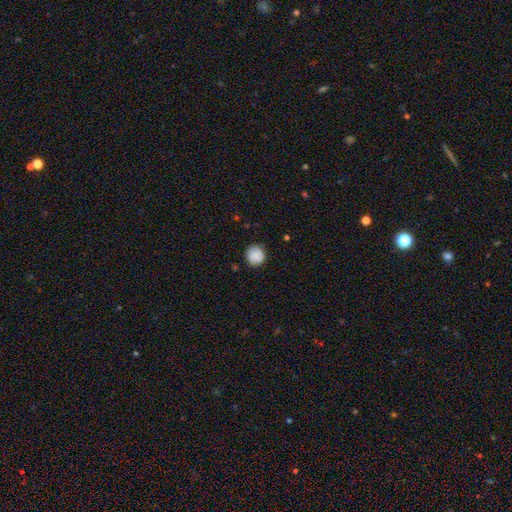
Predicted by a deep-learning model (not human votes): Q: Smooth or featured?
A: smooth (84%); runner-up: star or artifact (8%)
Q: How rounded?
A: round (91%); runner-up: in between (8%)
Q: Merging?
A: none (83%); runner-up: minor disturbance (14%)